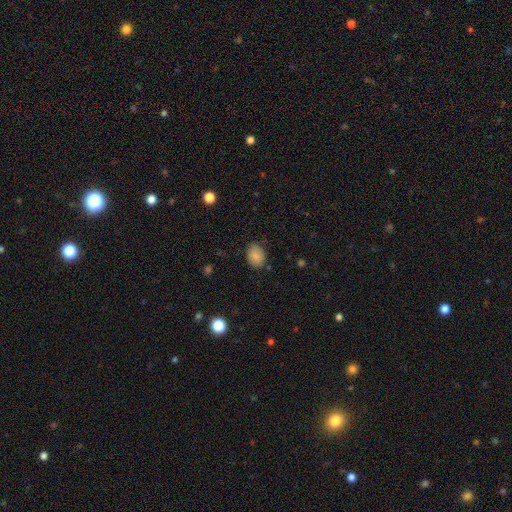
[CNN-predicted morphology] Overall: smooth (85%). How rounded: in between (69%; round 30%). Merging: none (80%).